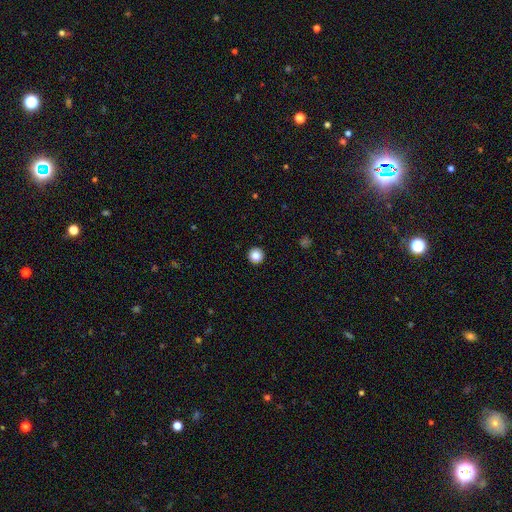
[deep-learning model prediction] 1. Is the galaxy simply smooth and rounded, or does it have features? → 86% smooth, 10% star or artifact, 4% featured or disk.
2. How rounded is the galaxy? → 96% round, 3% in between, 1% cigar-shaped.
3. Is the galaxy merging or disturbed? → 94% none, 4% minor disturbance, 1% major disturbance, 1% merger.